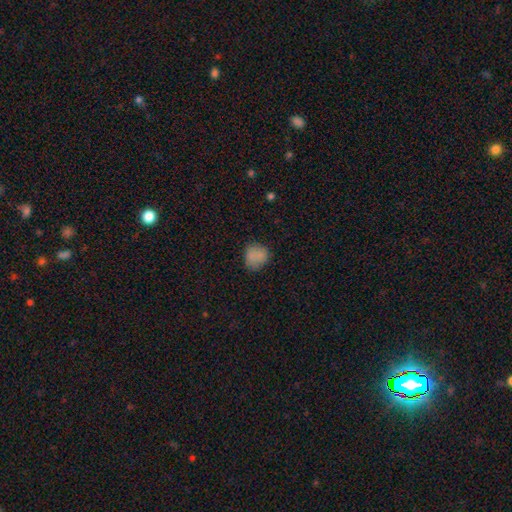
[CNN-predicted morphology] Smooth or featured? Predicted: smooth (p=0.81). How rounded? Predicted: round (p=0.76). Merging? Predicted: none (p=0.71).